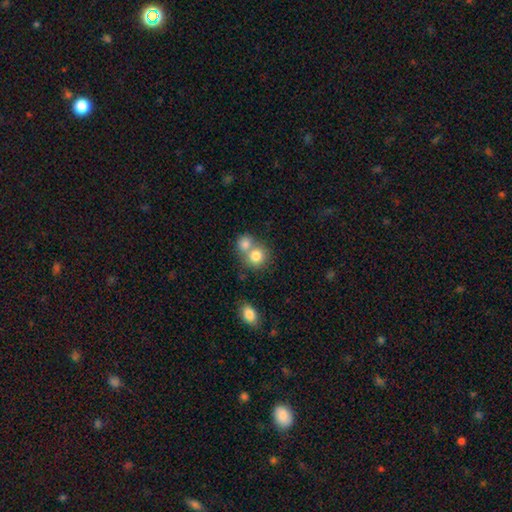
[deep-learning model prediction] A smooth galaxy with no disk features (79%) that is round (82%).

Vote fractions:
- Smooth or featured? smooth: 79% / featured or disk: 11% / star or artifact: 10%
- How rounded? round: 82% / in between: 17% / cigar-shaped: 1%
- Merging? merger: 51% / none: 40% / minor disturbance: 6% / major disturbance: 3%